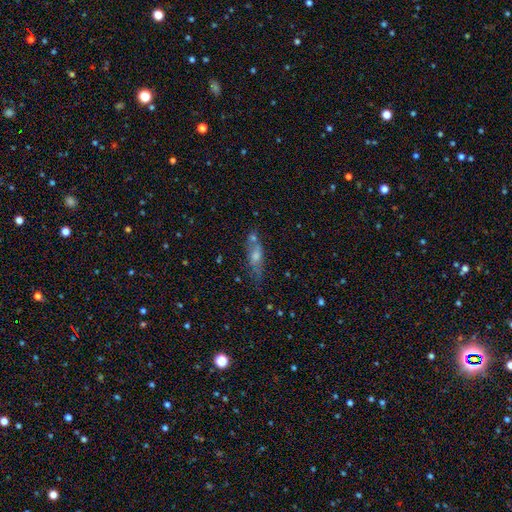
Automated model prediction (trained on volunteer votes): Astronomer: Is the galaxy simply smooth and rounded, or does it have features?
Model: smooth — 48% (runner-up: featured or disk, 39%).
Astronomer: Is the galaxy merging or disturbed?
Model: none — 55%.